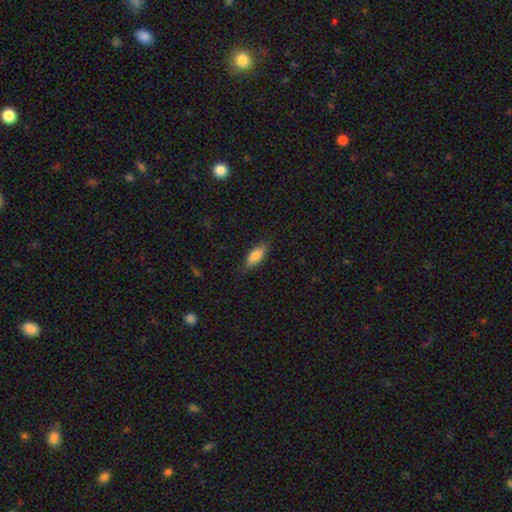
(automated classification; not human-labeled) Q: Smooth or featured?
A: smooth (81%); runner-up: featured or disk (12%)
Q: How rounded?
A: in between (80%); runner-up: cigar-shaped (18%)
Q: Merging?
A: none (80%); runner-up: minor disturbance (16%)